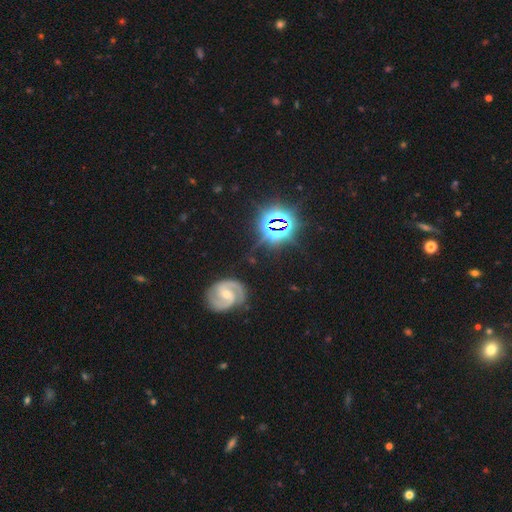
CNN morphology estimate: Smooth or featured: featured or disk — 49% (star or artifact — 35%)
Merging: none — 80% (minor disturbance — 11%)